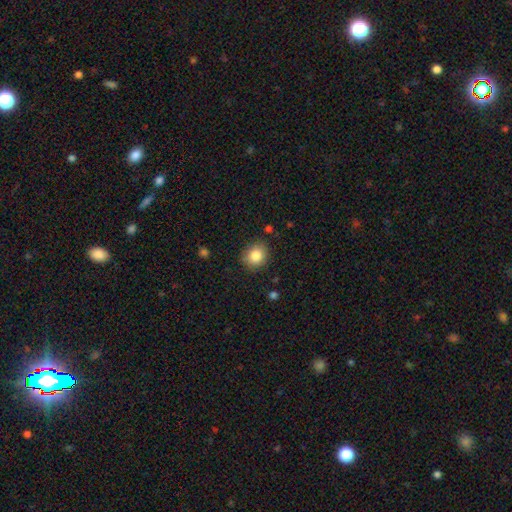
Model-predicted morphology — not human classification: A smooth galaxy with no disk features (85%) that is round (73%). Merging: none (84%).